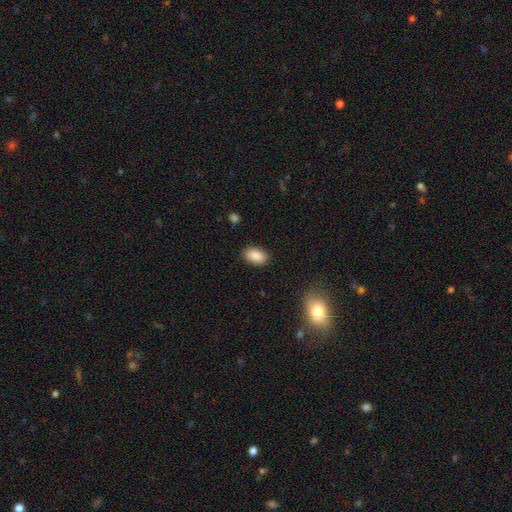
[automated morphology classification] Q: Smooth or featured?
A: smooth (88%); runner-up: star or artifact (7%)
Q: How rounded?
A: in between (92%); runner-up: round (6%)
Q: Merging?
A: none (88%); runner-up: minor disturbance (8%)